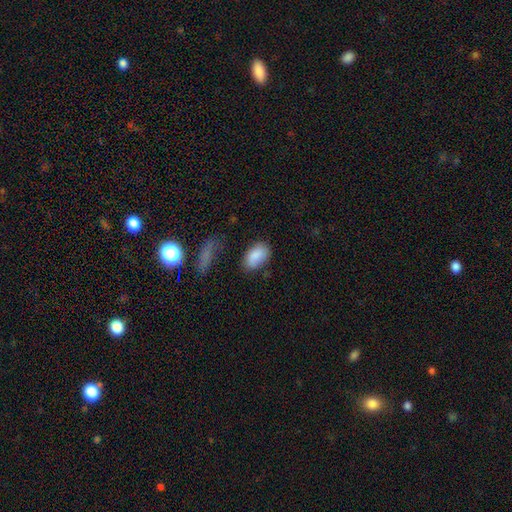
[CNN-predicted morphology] Smooth or featured? Predicted: smooth (p=0.87). How rounded? Predicted: in between (p=0.91). Merging? Predicted: none (p=0.69).